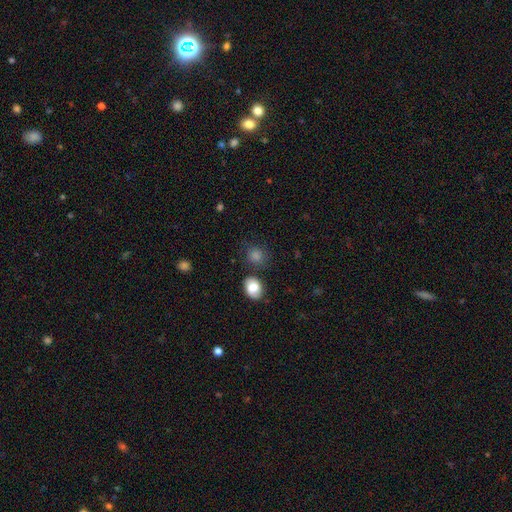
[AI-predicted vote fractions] Q: Smooth or featured?
A: smooth (76%); runner-up: star or artifact (17%)
Q: How rounded?
A: round (73%); runner-up: in between (25%)
Q: Merging?
A: none (75%); runner-up: minor disturbance (12%)